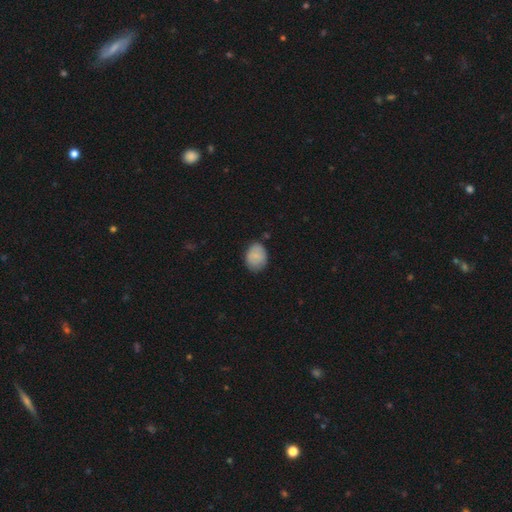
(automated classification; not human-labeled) Smooth or featured? smooth (77%)
How rounded? in between (56%)
Merging? none (74%)